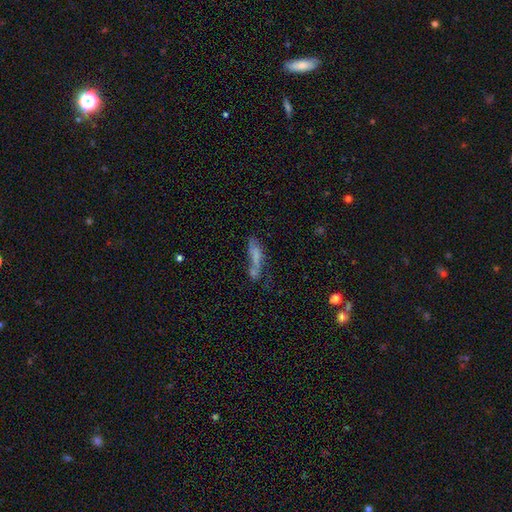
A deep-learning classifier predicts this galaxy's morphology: This appears to be a smooth galaxy with no disk features (60%) that is cigar-shaped (61%). Merging: merger (32%).